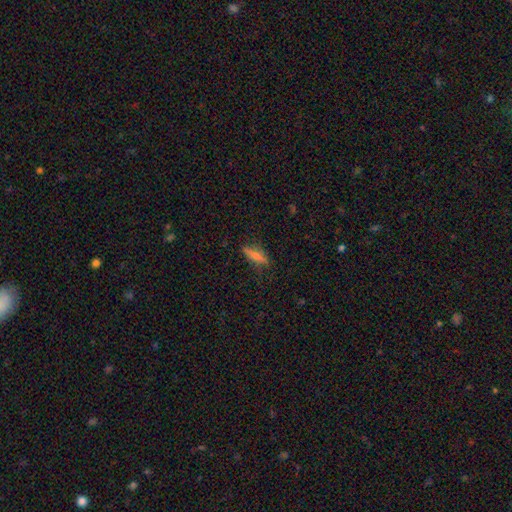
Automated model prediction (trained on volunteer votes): Smooth or featured? Predicted: smooth (p=0.55). How rounded? Predicted: cigar-shaped (p=0.68). Merging? Predicted: none (p=0.82).